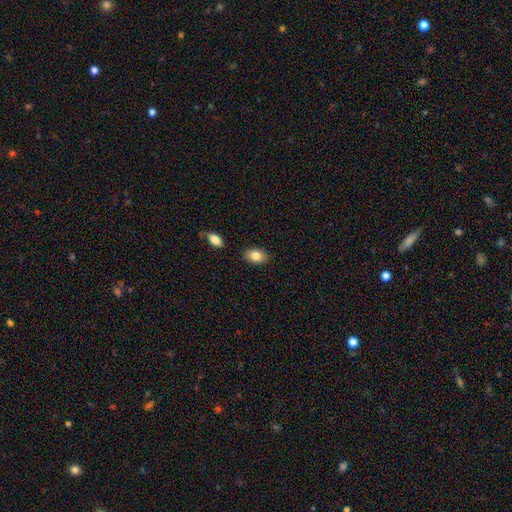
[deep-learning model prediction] A smooth galaxy with no disk features (84%) that is in between round and cigar-shaped (86%). Merging: none (85%).